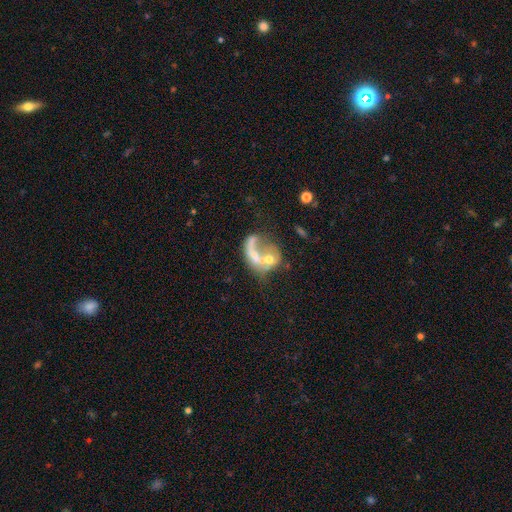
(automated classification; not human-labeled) A featured or disk galaxy (58%) with no bar (78%), no spiral arms (65%) and a moderate central bulge (38%).

Vote fractions:
- Smooth or featured? featured or disk: 58% / smooth: 31% / star or artifact: 11%
- Edge-on disk? no: 97% / yes: 3%
- Bar? no: 78% / weak: 17% / strong: 6%
- Spiral arms? no: 65% / yes: 35%
- Bulge size? moderate: 38% / small: 30% / none: 24% / large: 6% / dominant: 2%
- Merging? merger: 49% / major disturbance: 27% / none: 16% / minor disturbance: 8%